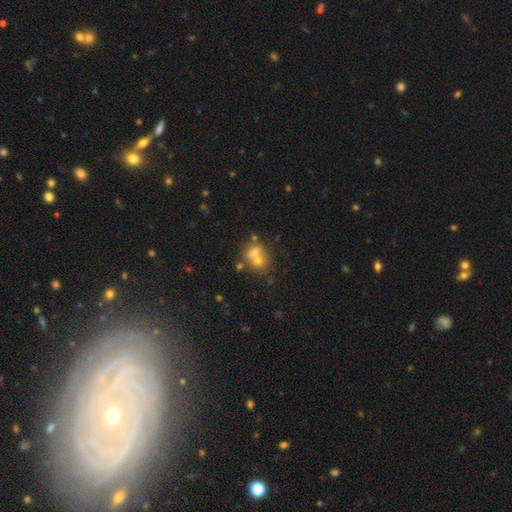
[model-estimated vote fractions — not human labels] Morphology: type=smooth (61%); roundness=round (68%); merging=merger (60%).